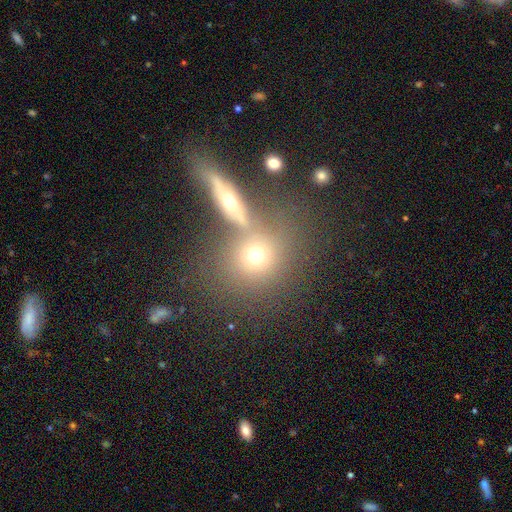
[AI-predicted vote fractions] This appears to be a smooth galaxy with no disk features (67%) that is round (76%). Merging: none (53%).